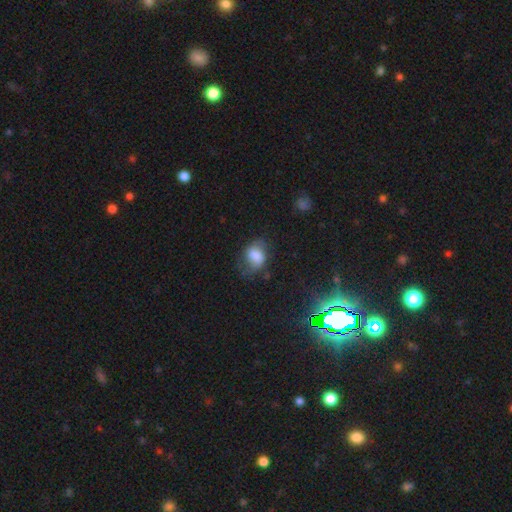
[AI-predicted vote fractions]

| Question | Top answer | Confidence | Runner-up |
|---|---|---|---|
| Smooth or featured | smooth | 68% | featured or disk (23%) |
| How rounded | in between | 69% | round (30%) |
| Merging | none | 44% | minor disturbance (32%) |